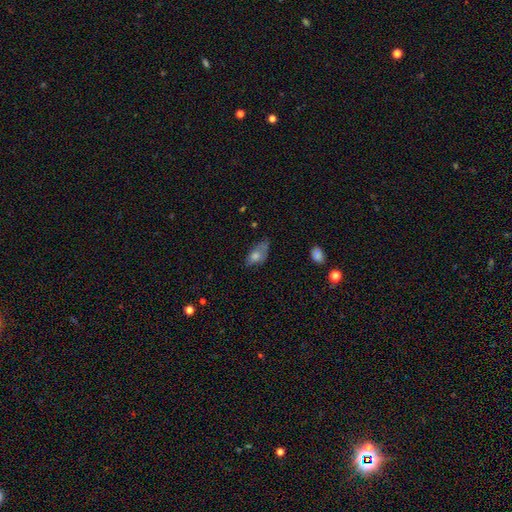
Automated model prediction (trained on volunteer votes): The model was most divided on "merging": none: 47%, minor disturbance: 34%, major disturbance: 16%, merger: 3%. More confident: how rounded — in between (83%); smooth or featured — smooth (60%).